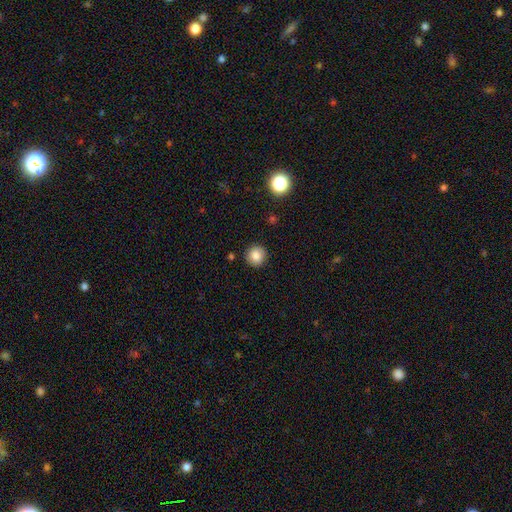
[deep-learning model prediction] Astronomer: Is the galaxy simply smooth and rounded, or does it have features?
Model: smooth — 84%.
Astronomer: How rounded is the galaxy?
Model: round — 94%.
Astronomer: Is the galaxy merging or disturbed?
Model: none — 90%.